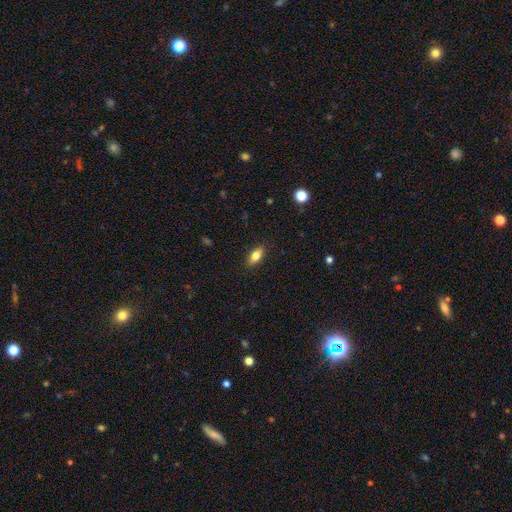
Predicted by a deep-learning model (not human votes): The model was most divided on "smooth or featured": smooth: 77%, featured or disk: 16%, star or artifact: 8%. More confident: merging — none (88%); how rounded — in between (83%).